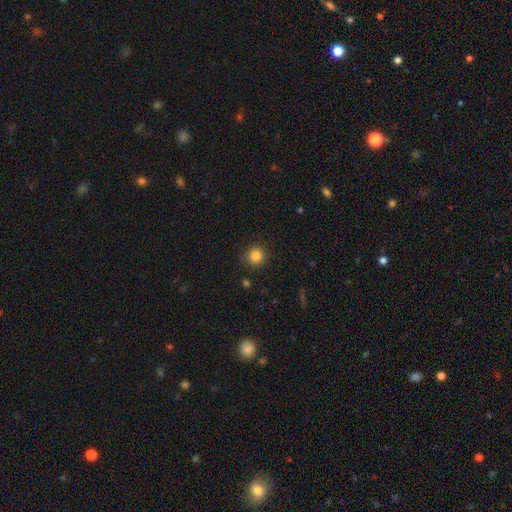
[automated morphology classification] Smooth or featured: smooth — 84% (star or artifact — 12%)
How rounded: round — 93% (in between — 6%)
Merging: none — 87% (minor disturbance — 9%)